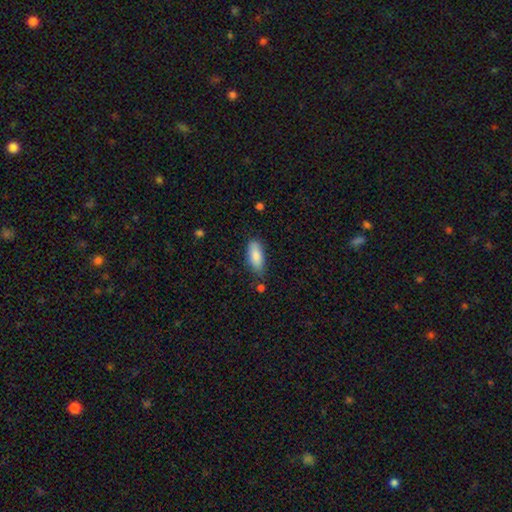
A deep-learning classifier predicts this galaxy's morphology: A smooth galaxy with no disk features (83%) that is in between round and cigar-shaped (82%). Merging: none (75%).